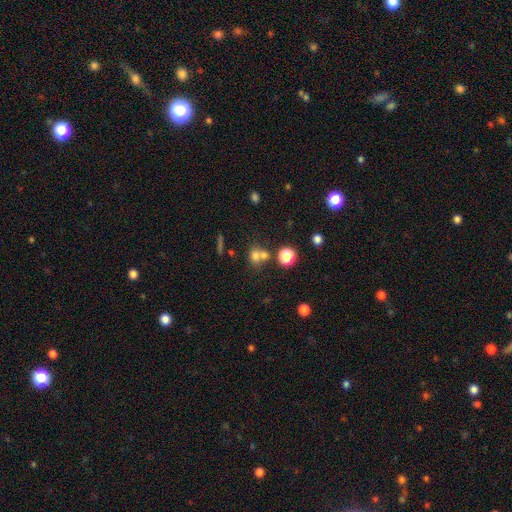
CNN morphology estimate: type=smooth (69%); roundness=round (75%); merging=merger (46%).